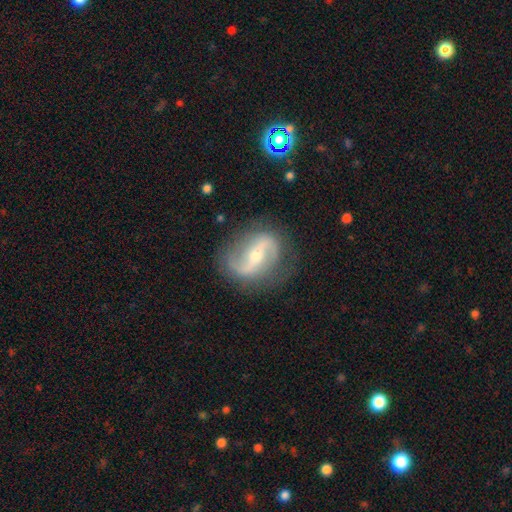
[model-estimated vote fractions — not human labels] Q: Smooth or featured?
A: featured or disk (86%); runner-up: smooth (8%)
Q: Edge-on disk?
A: no (96%); runner-up: yes (4%)
Q: Bar?
A: strong (46%); runner-up: weak (34%)
Q: Spiral arms?
A: yes (93%); runner-up: no (7%)
Q: Spiral winding?
A: loose (58%); runner-up: medium (32%)
Q: Spiral arm count?
A: 2 (90%); runner-up: can't tell (4%)
Q: Bulge size?
A: small (49%); runner-up: moderate (47%)
Q: Merging?
A: none (79%); runner-up: minor disturbance (14%)